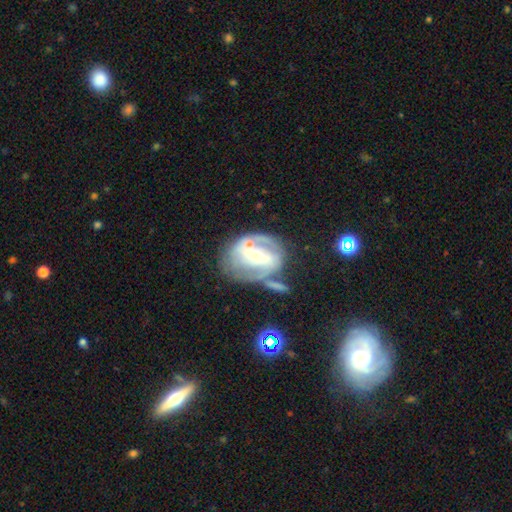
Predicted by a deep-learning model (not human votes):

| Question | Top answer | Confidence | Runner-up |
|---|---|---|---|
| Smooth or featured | featured or disk | 77% | smooth (17%) |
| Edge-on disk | no | 96% | yes (4%) |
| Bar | weak | 34% | strong (33%) |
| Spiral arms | yes | 71% | no (29%) |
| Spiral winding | tight | 42% | medium (39%) |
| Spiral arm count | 2 | 60% | can't tell (24%) |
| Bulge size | small | 49% | moderate (45%) |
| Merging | none | 45% | minor disturbance (20%) |